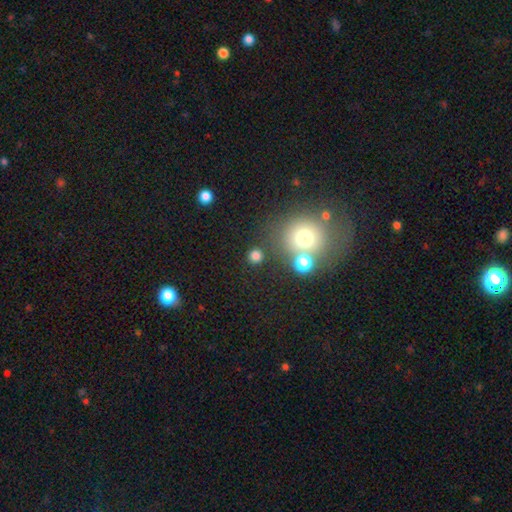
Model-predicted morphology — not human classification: Smooth or featured? smooth (77%)
How rounded? round (91%)
Merging? none (82%)